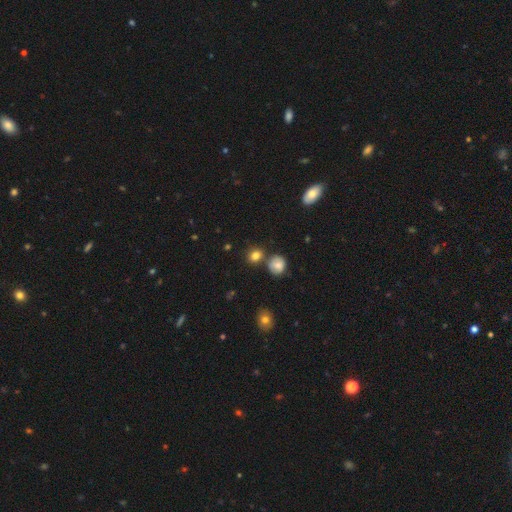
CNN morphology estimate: Q: Smooth or featured?
A: smooth (81%); runner-up: star or artifact (12%)
Q: How rounded?
A: round (72%); runner-up: in between (27%)
Q: Merging?
A: none (72%); runner-up: merger (15%)